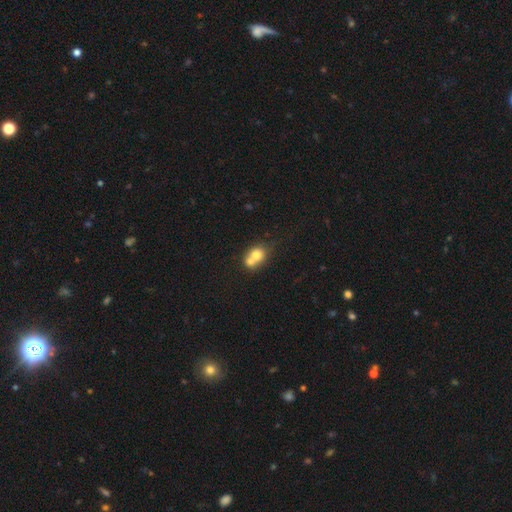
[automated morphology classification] A smooth galaxy with no disk features (71%) that is round (66%).

Vote fractions:
- Smooth or featured? smooth: 71% / featured or disk: 19% / star or artifact: 10%
- How rounded? round: 66% / in between: 33% / cigar-shaped: 1%
- Merging? merger: 65% / none: 25% / minor disturbance: 7% / major disturbance: 3%